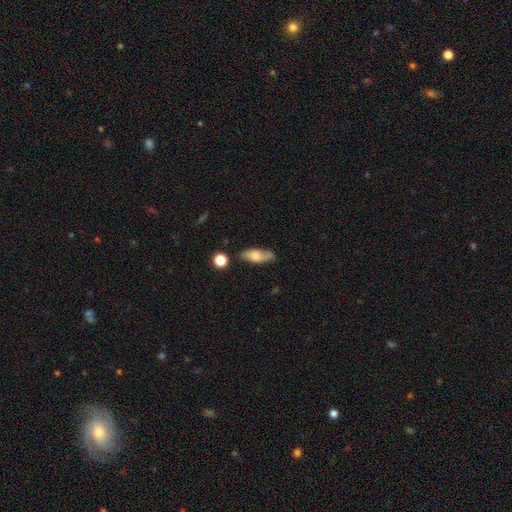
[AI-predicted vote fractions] Q: Smooth or featured?
A: smooth (64%); runner-up: featured or disk (28%)
Q: How rounded?
A: in between (70%); runner-up: cigar-shaped (25%)
Q: Merging?
A: none (67%); runner-up: minor disturbance (23%)